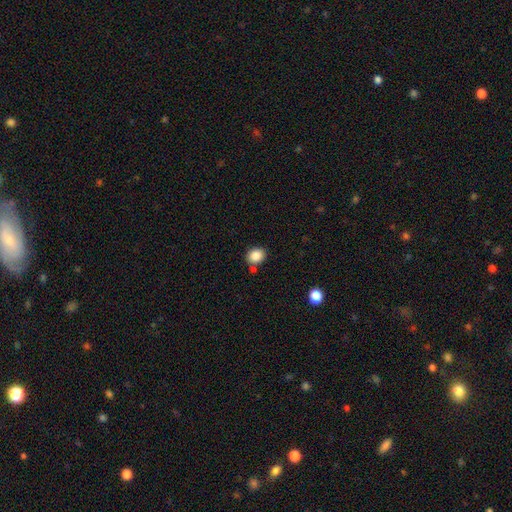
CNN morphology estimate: The model was most divided on "how rounded": round: 62%, in between: 37%, cigar-shaped: 1%. More confident: smooth or featured — smooth (86%); merging — none (77%).